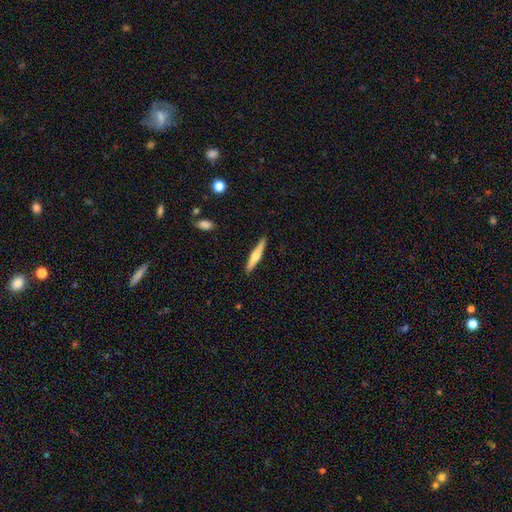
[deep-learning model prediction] Smooth or featured? featured or disk (50%)
Merging? none (90%)